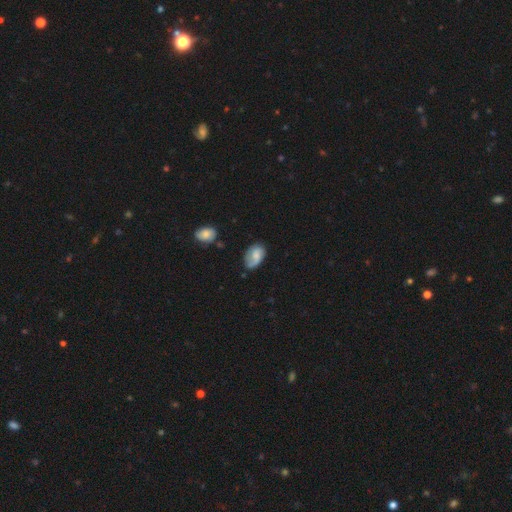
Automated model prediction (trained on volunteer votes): Smooth or featured?
  - smooth: 56% *
  - featured or disk: 36%
  - star or artifact: 8%
How rounded?
  - in between: 88% *
  - round: 10%
  - cigar-shaped: 1%
Merging?
  - none: 56% *
  - minor disturbance: 29%
  - major disturbance: 11%
  - merger: 3%